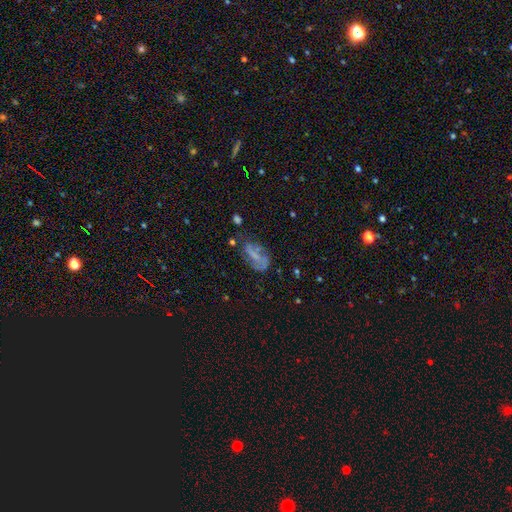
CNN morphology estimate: Smooth or featured?
  - featured or disk: 58% *
  - smooth: 28%
  - star or artifact: 14%
Edge-on disk?
  - no: 94% *
  - yes: 6%
Bar?
  - no: 42% *
  - weak: 35%
  - strong: 23%
Spiral arms?
  - yes: 63% *
  - no: 37%
Bulge size?
  - none: 59% *
  - small: 25%
  - moderate: 12%
  - large: 3%
  - dominant: 1%
Merging?
  - none: 48% *
  - minor disturbance: 24%
  - major disturbance: 21%
  - merger: 6%